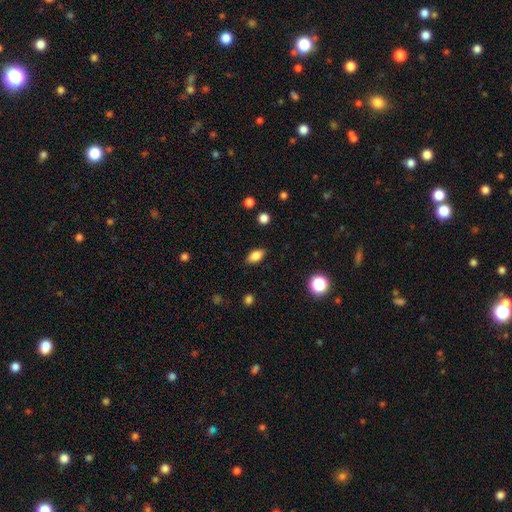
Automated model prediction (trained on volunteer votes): This is clearly a smooth galaxy (84%). How rounded: clearly in between (88%). Merging: clearly none (88%).